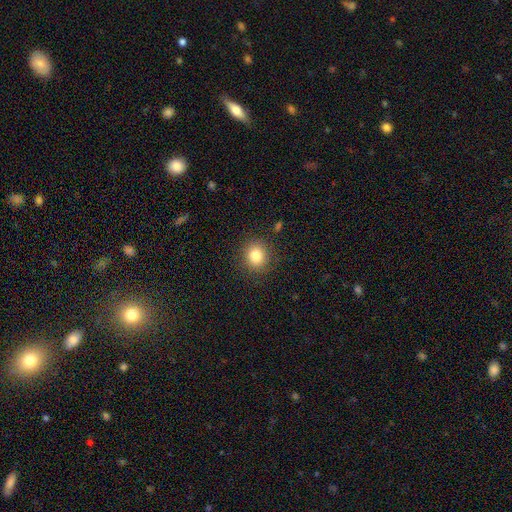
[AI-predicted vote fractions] smooth_or_featured: smooth (p=0.83) [alt: star or artifact p=0.11]
how_rounded: round (p=0.83) [alt: in between p=0.16]
merging: none (p=0.88) [alt: minor disturbance p=0.08]